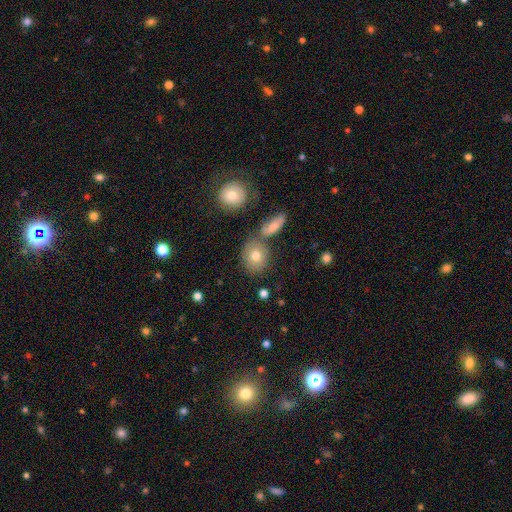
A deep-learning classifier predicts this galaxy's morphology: Smooth or featured? smooth (75%)
How rounded? round (58%)
Merging? none (69%)